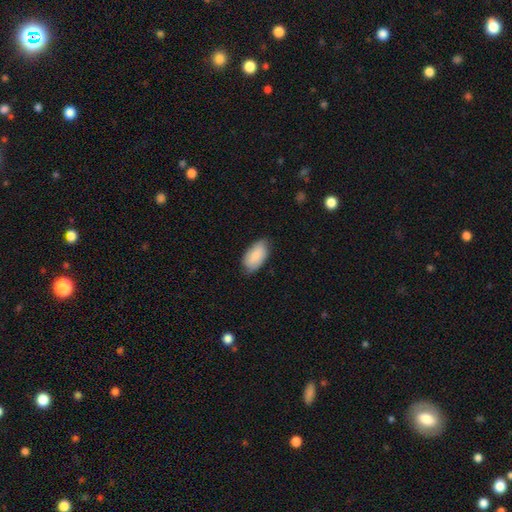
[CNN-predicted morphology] Smooth or featured? Predicted: smooth (p=0.79). How rounded? Predicted: in between (p=0.94). Merging? Predicted: none (p=0.74).